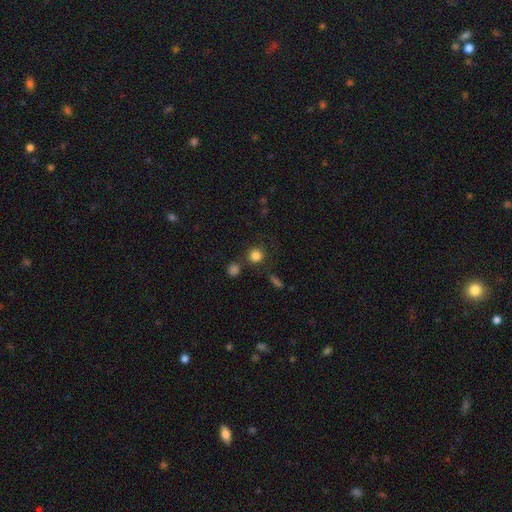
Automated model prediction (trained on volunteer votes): Morphology: type=smooth (82%); roundness=round (90%); merging=none (78%).